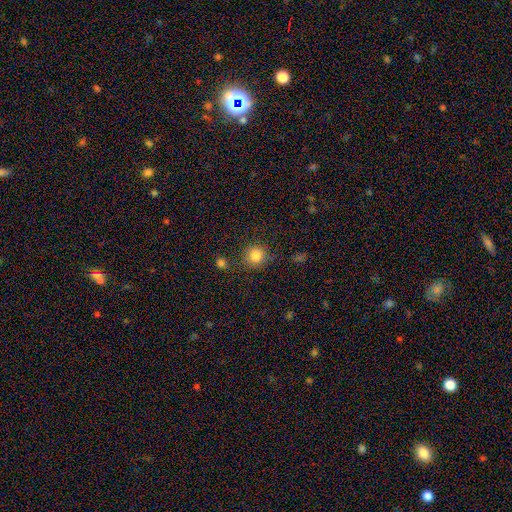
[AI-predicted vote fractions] The model was most divided on "merging": none: 81%, minor disturbance: 10%, merger: 5%, major disturbance: 4%. More confident: how rounded — round (91%); smooth or featured — smooth (84%).